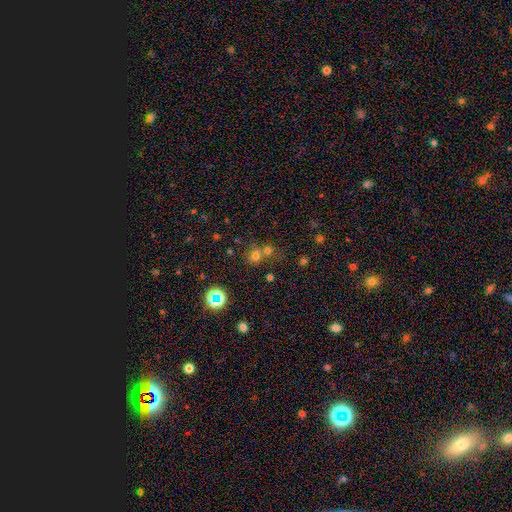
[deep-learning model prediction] smooth_or_featured: smooth (p=0.62) [alt: star or artifact p=0.28]
how_rounded: round (p=0.81) [alt: in between p=0.18]
merging: none (p=0.51) [alt: merger p=0.38]